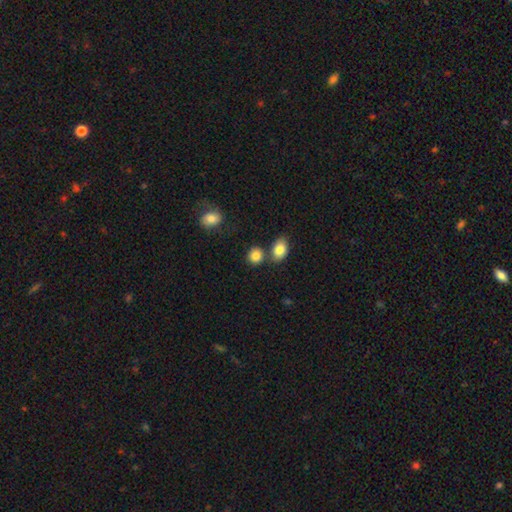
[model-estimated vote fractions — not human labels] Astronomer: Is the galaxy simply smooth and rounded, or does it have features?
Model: smooth — 85%.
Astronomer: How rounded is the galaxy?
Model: round — 69%.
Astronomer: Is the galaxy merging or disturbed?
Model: none — 64%.